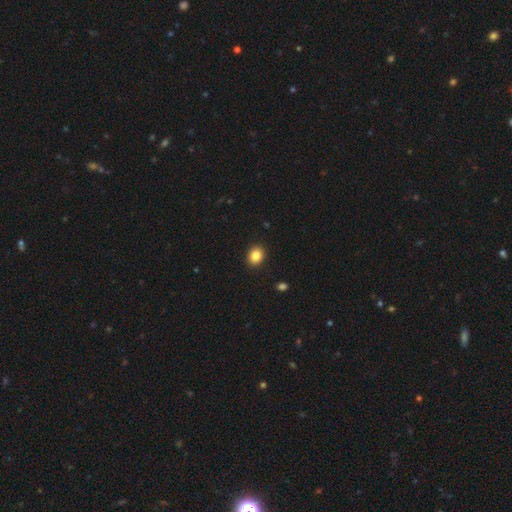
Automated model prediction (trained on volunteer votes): A smooth galaxy with no disk features (85%) that is round (53%). Merging: none (91%).